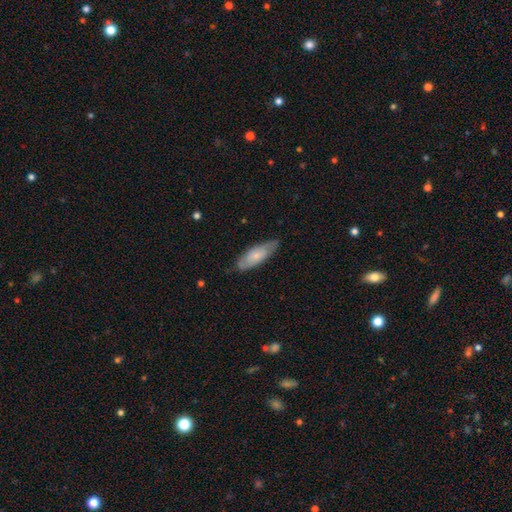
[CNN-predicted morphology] A smooth galaxy with no disk features (63%) that is in between round and cigar-shaped (64%).

Vote fractions:
- Smooth or featured? smooth: 63% / featured or disk: 32% / star or artifact: 5%
- How rounded? in between: 64% / cigar-shaped: 34% / round: 2%
- Merging? none: 76% / minor disturbance: 19% / major disturbance: 3% / merger: 1%